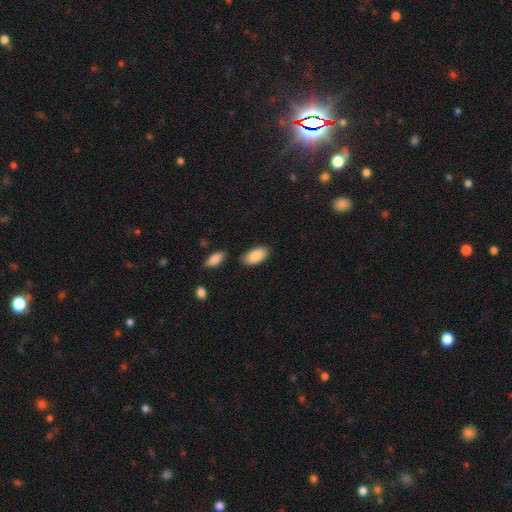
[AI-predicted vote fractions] Q: Smooth or featured?
A: smooth (88%); runner-up: featured or disk (6%)
Q: How rounded?
A: in between (95%); runner-up: cigar-shaped (3%)
Q: Merging?
A: none (79%); runner-up: minor disturbance (13%)